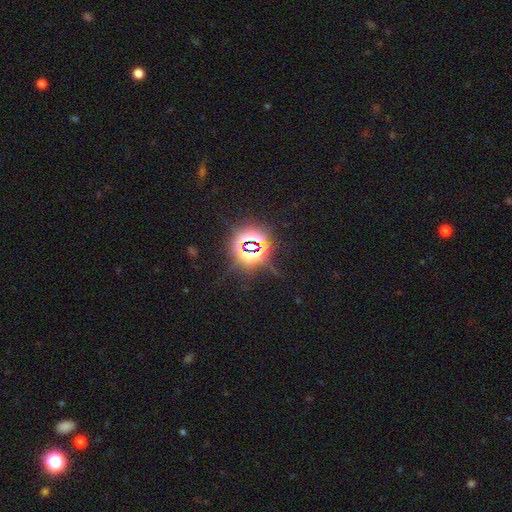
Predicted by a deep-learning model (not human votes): Smooth or featured?
  - star or artifact: 82% *
  - smooth: 11%
  - featured or disk: 8%